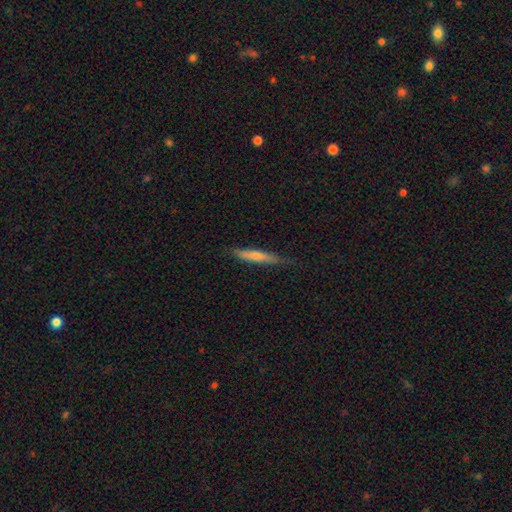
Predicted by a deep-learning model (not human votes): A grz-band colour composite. It shows a featured or disk galaxy (53%) viewed edge-on (93%). Merging: none (83%).